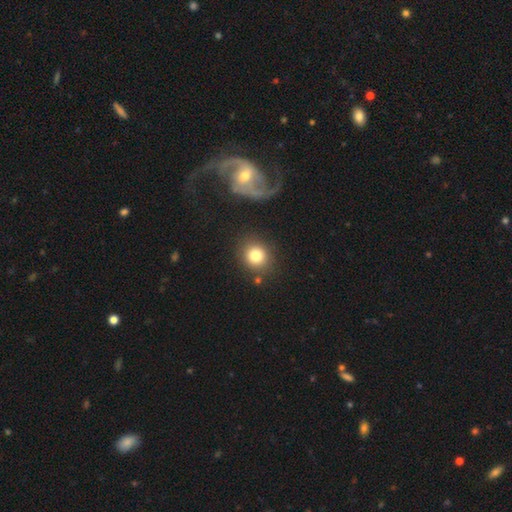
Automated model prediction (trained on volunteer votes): Smooth or featured?
  - smooth: 81% *
  - star or artifact: 10%
  - featured or disk: 9%
How rounded?
  - round: 82% *
  - in between: 17%
  - cigar-shaped: 1%
Merging?
  - none: 80% *
  - minor disturbance: 10%
  - merger: 6%
  - major disturbance: 4%